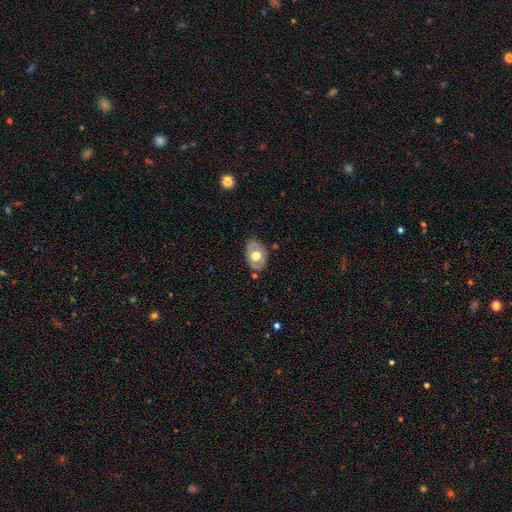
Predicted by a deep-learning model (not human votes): The model was most divided on "smooth or featured": smooth: 51%, featured or disk: 43%, star or artifact: 6%. More confident: how rounded — in between (81%); merging — none (78%).